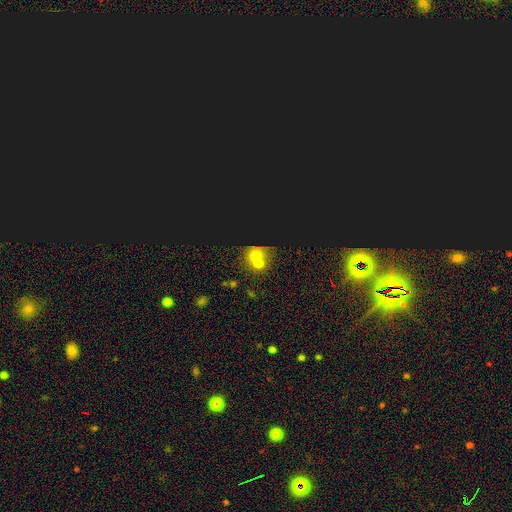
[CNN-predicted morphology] Smooth or featured? Predicted: smooth (p=0.51). How rounded? Predicted: round (p=0.72). Merging? Predicted: merger (p=0.56).